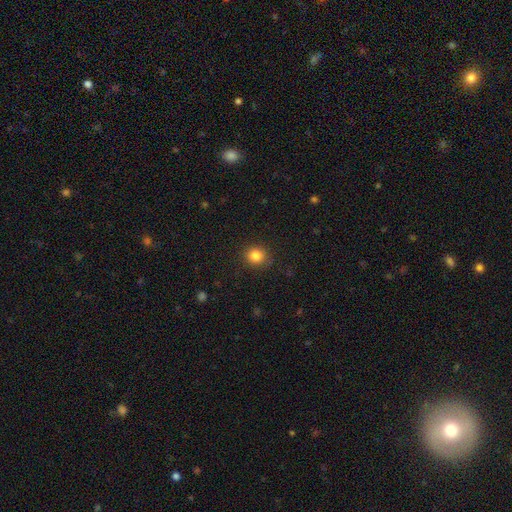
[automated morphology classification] The model was most divided on "how rounded": round: 85%, in between: 14%, cigar-shaped: 1%. More confident: merging — none (88%); smooth or featured — smooth (84%).